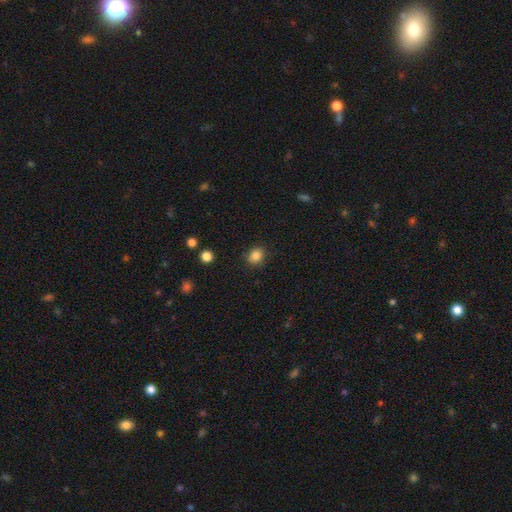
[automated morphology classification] smooth 85%, star or artifact 11%, featured or disk 4%. Down the decision tree: how rounded — round (70%); merging — none (87%).